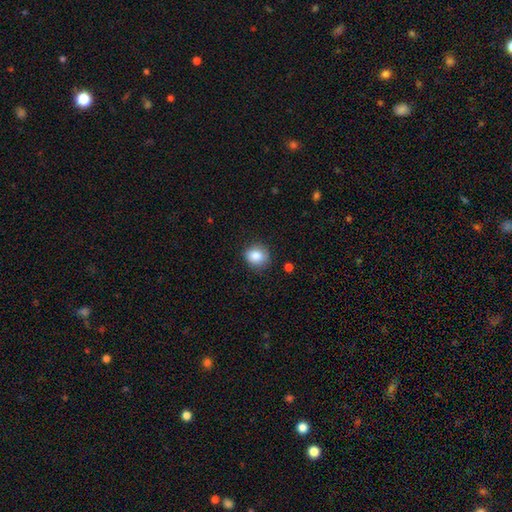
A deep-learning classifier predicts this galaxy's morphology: smooth-or-featured: smooth: 85% | star or artifact: 9% | featured or disk: 6%
  how-rounded: round: 74% | in between: 25% | cigar-shaped: 1%
  merging: none: 80% | minor disturbance: 15% | major disturbance: 3% | merger: 2%